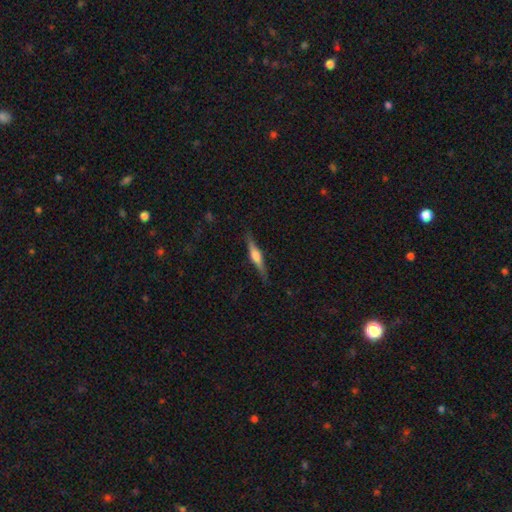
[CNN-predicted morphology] Overall: featured or disk (66%; smooth 28%). Edge-on disk: yes (97%). Edge-on bulge: rounded (86%). Merging: none (87%).